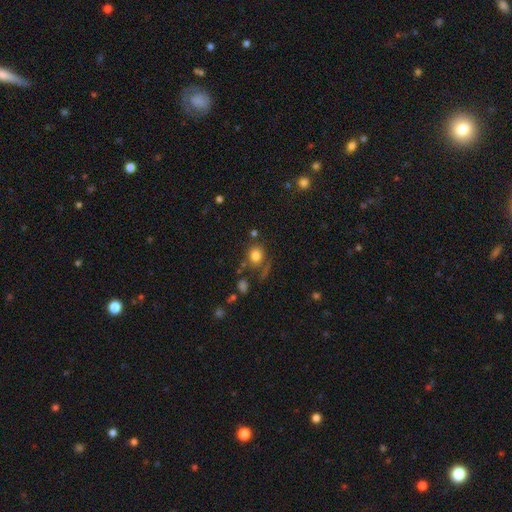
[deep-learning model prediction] Q: Smooth or featured?
A: smooth (79%); runner-up: star or artifact (11%)
Q: How rounded?
A: round (73%); runner-up: in between (26%)
Q: Merging?
A: none (60%); runner-up: minor disturbance (16%)